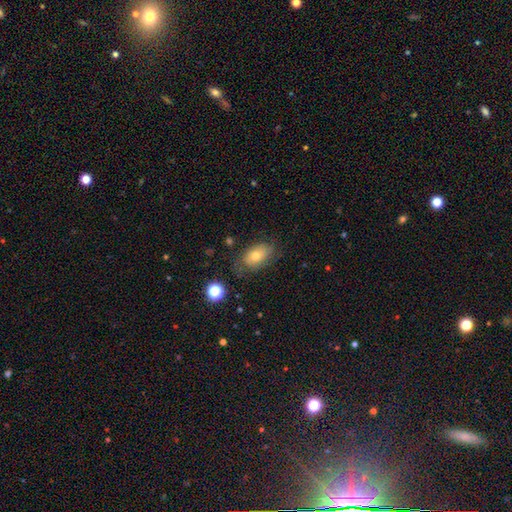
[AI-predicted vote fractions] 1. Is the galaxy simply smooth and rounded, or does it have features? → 65% smooth, 25% featured or disk, 10% star or artifact.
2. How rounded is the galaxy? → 84% in between, 15% round, 2% cigar-shaped.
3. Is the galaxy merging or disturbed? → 65% none, 24% minor disturbance, 10% major disturbance, 2% merger.